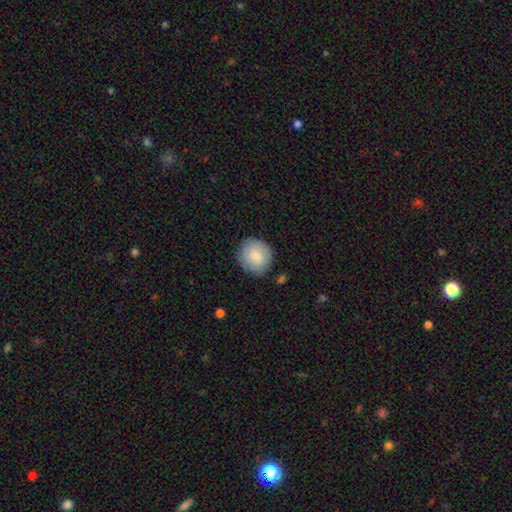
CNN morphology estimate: Smooth or featured? smooth (80%)
How rounded? round (90%)
Merging? none (83%)